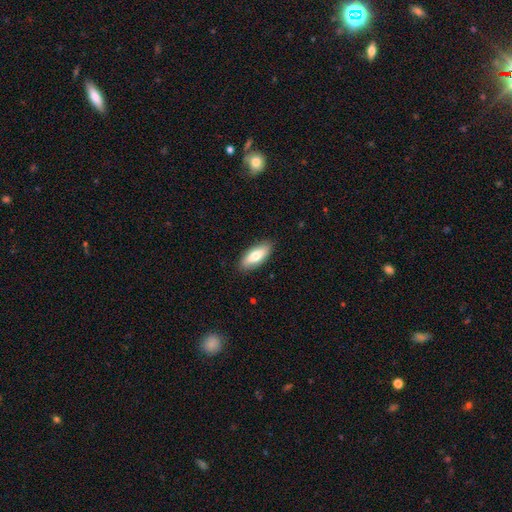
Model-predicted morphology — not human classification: The model was most divided on "smooth or featured": smooth: 73%, featured or disk: 21%, star or artifact: 6%. More confident: merging — none (88%); how rounded — in between (77%).